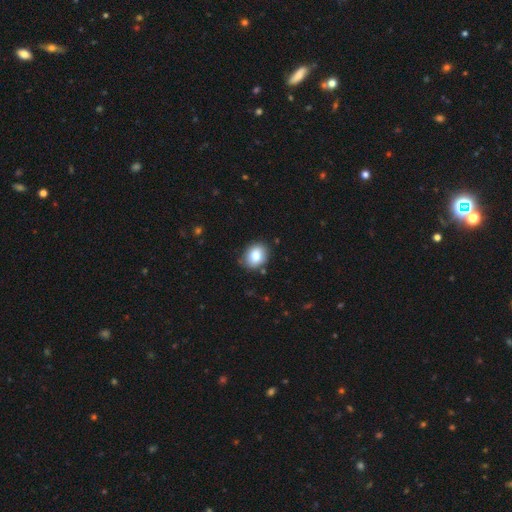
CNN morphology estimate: The model was most divided on "how rounded": in between: 51%, round: 48%, cigar-shaped: 1%. More confident: merging — none (82%); smooth or featured — smooth (82%).